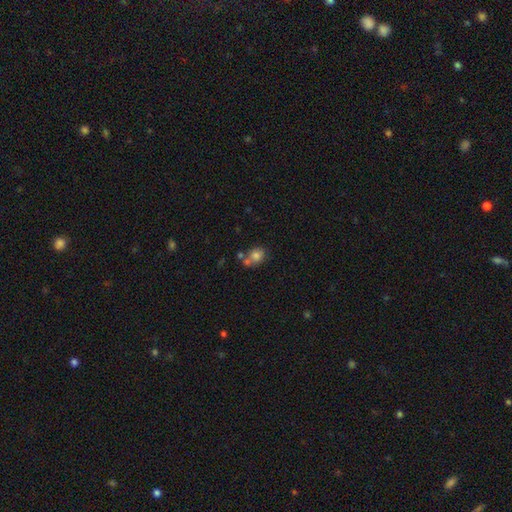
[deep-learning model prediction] smooth 77%, featured or disk 12%, star or artifact 11%. Down the decision tree: how rounded — round (65%); merging — none (46%).